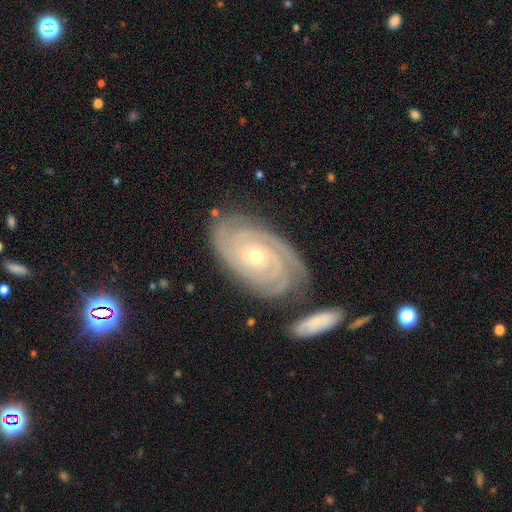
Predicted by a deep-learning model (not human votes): The model was most divided on "spiral arm count": 3: 24%, 2: 23%, can't tell: 20%, 4: 18%, more than 4: 9%, 1: 7%. More confident: spiral arms — yes (98%); edge-on disk — no (96%); smooth or featured — featured or disk (90%); spiral winding — tight (87%); bar — no (80%); merging — none (76%); bulge size — small (68%).